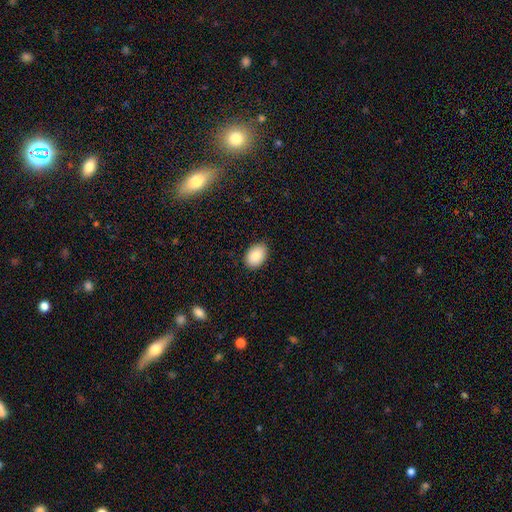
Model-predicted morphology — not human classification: Overall: smooth (86%). How rounded: in between (83%). Merging: none (87%).